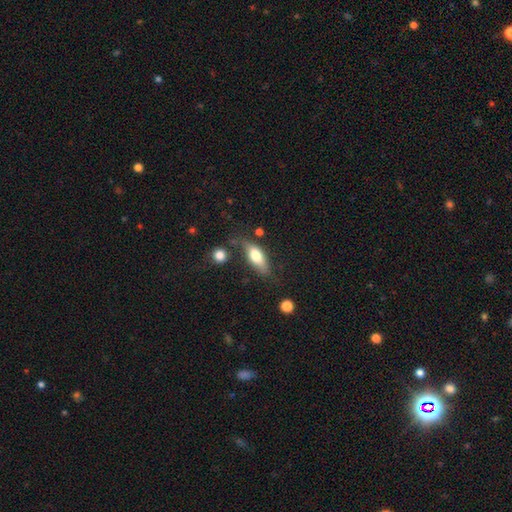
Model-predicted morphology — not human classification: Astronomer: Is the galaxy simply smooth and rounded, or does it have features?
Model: smooth — 70%.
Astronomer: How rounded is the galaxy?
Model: in between — 73%.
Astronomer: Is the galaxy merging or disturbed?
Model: none — 62%.